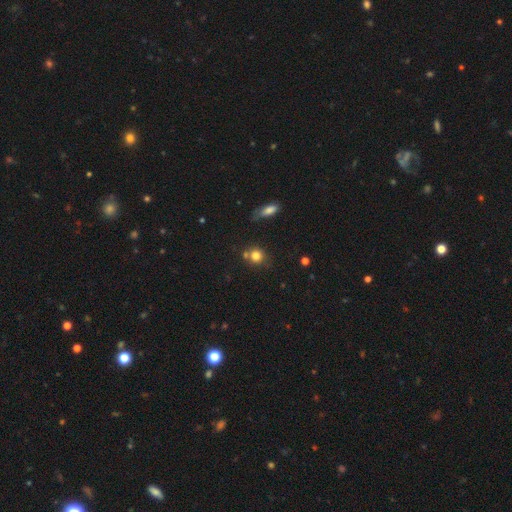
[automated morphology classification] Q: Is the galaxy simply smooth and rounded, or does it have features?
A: smooth — 79%.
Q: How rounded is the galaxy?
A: round — 84%.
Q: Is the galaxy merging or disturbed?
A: none — 63%.